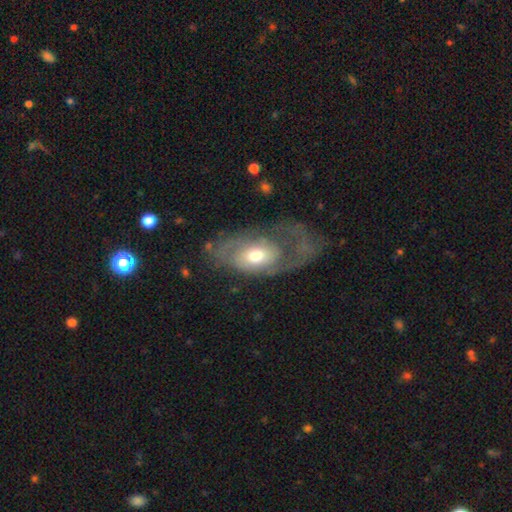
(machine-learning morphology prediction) featured or disk 64%, smooth 30%, star or artifact 6%. Down the decision tree: edge-on disk — no (91%); bar — no (75%); spiral arms — yes (65%); bulge size — moderate (67%); merging — major disturbance (41%).